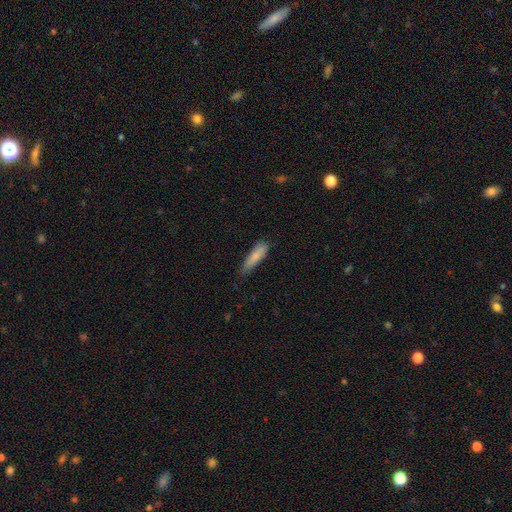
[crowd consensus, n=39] A smooth galaxy with no disk features (79%) that is cigar-shaped (55%).

Vote fractions:
- Smooth or featured? smooth: 79% / featured or disk: 13% / star or artifact: 8%
- How rounded? cigar-shaped: 55% / in between: 42% / round: 3%
- Merging? none: 56% / minor disturbance: 31% / major disturbance: 14% / merger: 0%